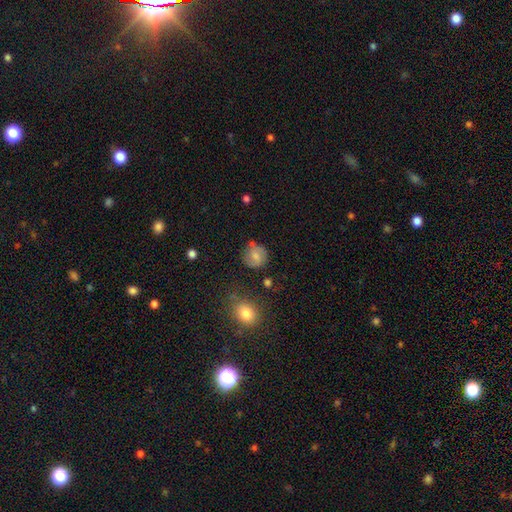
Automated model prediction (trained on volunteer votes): smooth_or_featured: smooth (p=0.63) [alt: featured or disk p=0.28]
how_rounded: round (p=0.83) [alt: in between p=0.16]
merging: none (p=0.69) [alt: minor disturbance p=0.20]